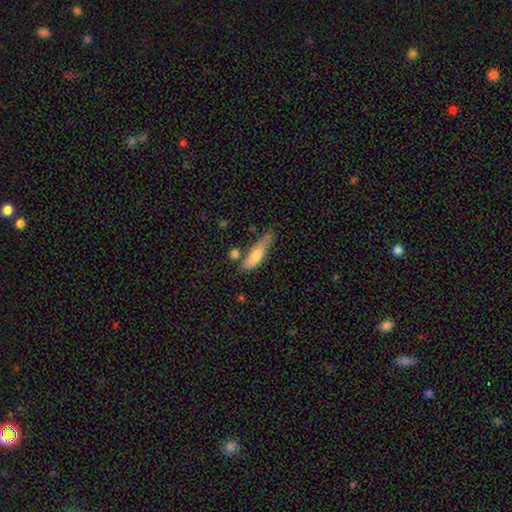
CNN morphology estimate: Smooth or featured? Predicted: smooth (p=0.71). How rounded? Predicted: cigar-shaped (p=0.71). Merging? Predicted: none (p=0.53).